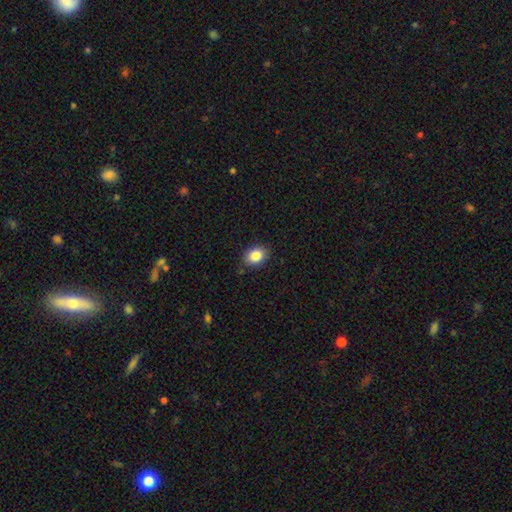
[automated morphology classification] smooth_or_featured: smooth (p=0.85) [alt: star or artifact p=0.09]
how_rounded: in between (p=0.74) [alt: round p=0.24]
merging: none (p=0.85) [alt: minor disturbance p=0.12]